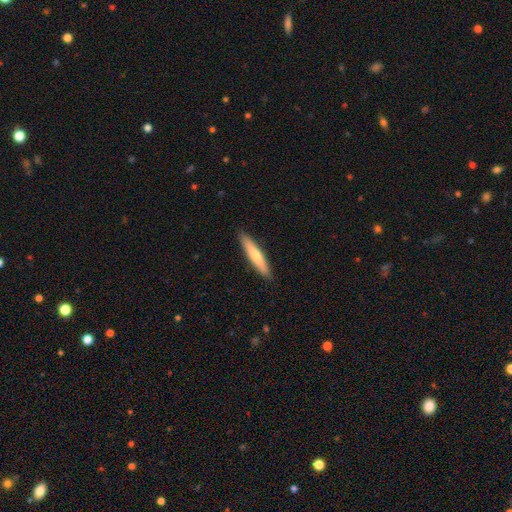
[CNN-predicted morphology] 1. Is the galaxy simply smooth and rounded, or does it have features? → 69% smooth, 26% featured or disk, 5% star or artifact.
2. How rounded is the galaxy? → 91% cigar-shaped, 8% in between, 1% round.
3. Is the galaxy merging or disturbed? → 90% none, 8% minor disturbance, 1% major disturbance, 1% merger.